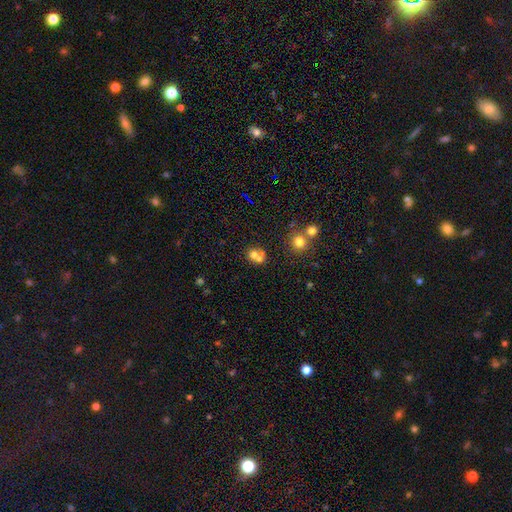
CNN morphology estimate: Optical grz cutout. It shows a smooth galaxy with no disk features (64%) that is round (74%). Merging: merger (53%).